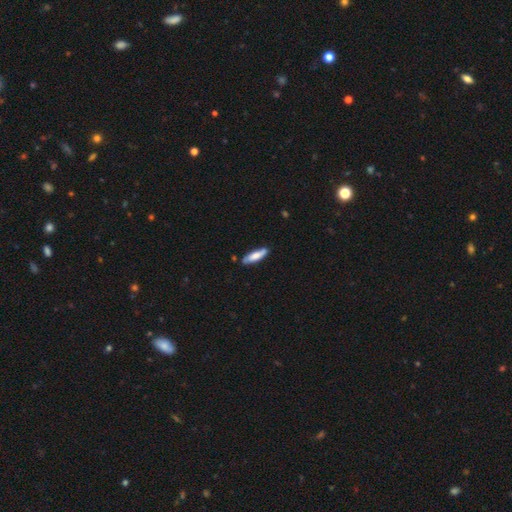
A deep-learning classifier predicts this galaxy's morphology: Smooth or featured? smooth (73%)
How rounded? cigar-shaped (62%)
Merging? none (80%)